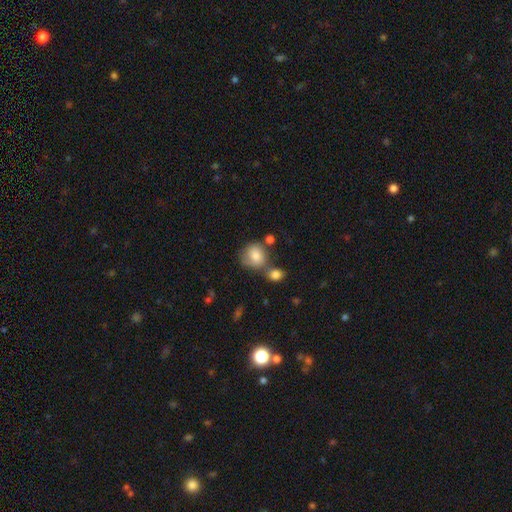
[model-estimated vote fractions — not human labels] The model was most divided on "merging": none: 46%, merger: 28%, minor disturbance: 19%, major disturbance: 8%. More confident: smooth or featured — smooth (79%); how rounded — round (76%).